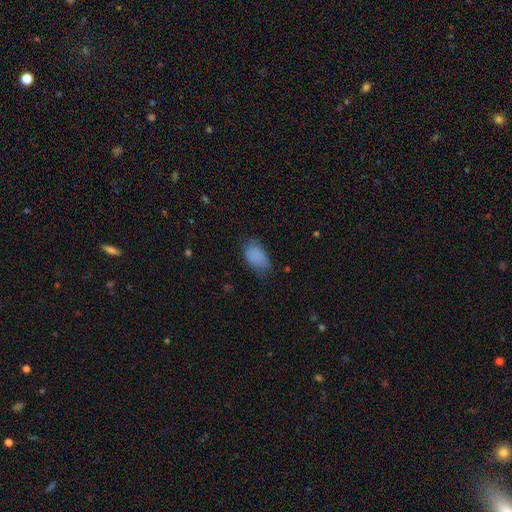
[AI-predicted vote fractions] Smooth or featured?
  - smooth: 85% *
  - star or artifact: 9%
  - featured or disk: 6%
How rounded?
  - in between: 92% *
  - round: 6%
  - cigar-shaped: 2%
Merging?
  - none: 62% *
  - minor disturbance: 28%
  - major disturbance: 9%
  - merger: 1%